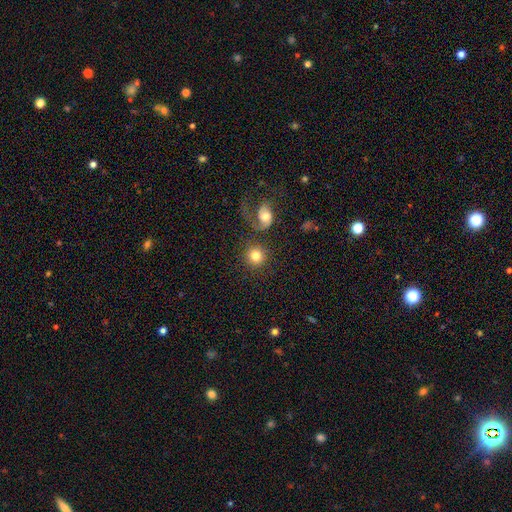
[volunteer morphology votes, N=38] This appears to be a smooth galaxy with no disk features (87%) that is round (94%). Merging: none (78%).